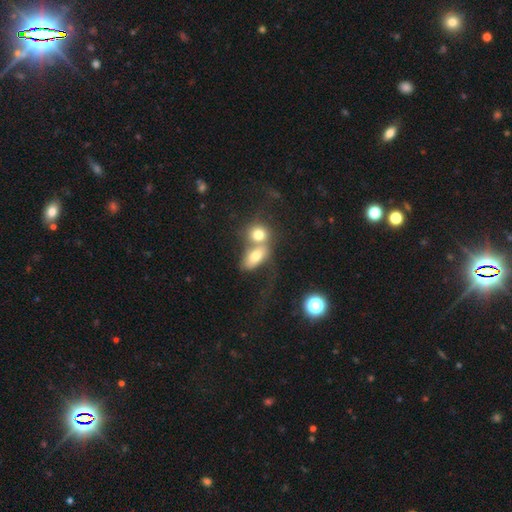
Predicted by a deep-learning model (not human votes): Smooth or featured? Predicted: smooth (p=0.68). How rounded? Predicted: in between (p=0.72). Merging? Predicted: merger (p=0.68).